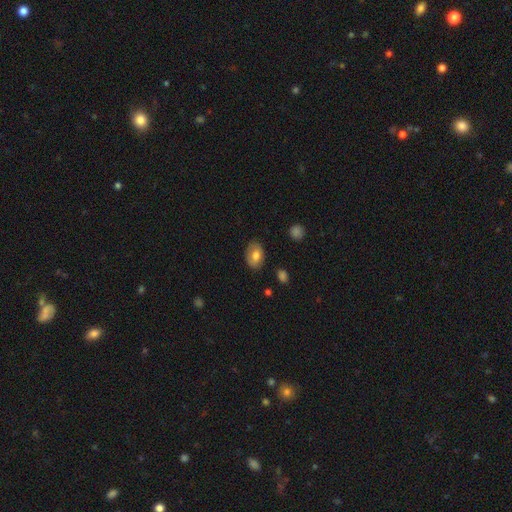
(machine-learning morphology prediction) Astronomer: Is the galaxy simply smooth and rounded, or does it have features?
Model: smooth — 73%.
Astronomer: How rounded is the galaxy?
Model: in between — 83%.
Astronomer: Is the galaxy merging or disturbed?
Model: none — 82%.